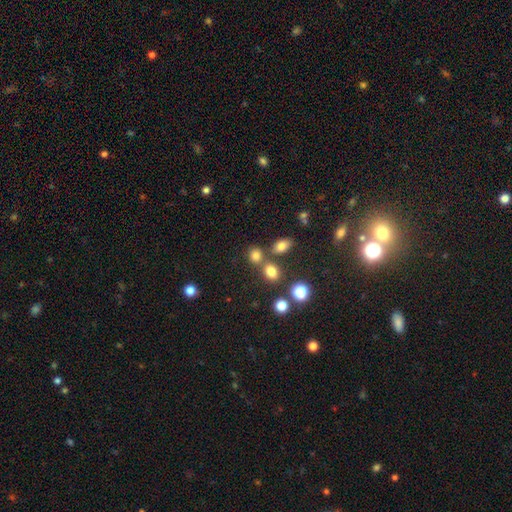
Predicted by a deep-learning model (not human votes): Smooth or featured? Predicted: smooth (p=0.77). How rounded? Predicted: round (p=0.64). Merging? Predicted: none (p=0.60).